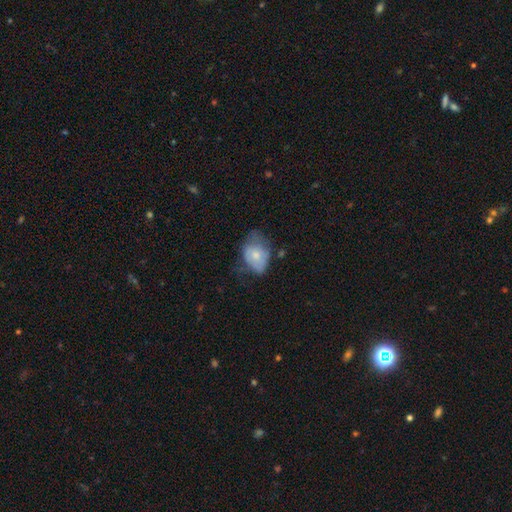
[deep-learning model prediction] smooth-or-featured: smooth: 63% | featured or disk: 30% | star or artifact: 7%
  how-rounded: in between: 77% | round: 22% | cigar-shaped: 1%
  merging: minor disturbance: 40% | none: 32% | major disturbance: 25% | merger: 3%